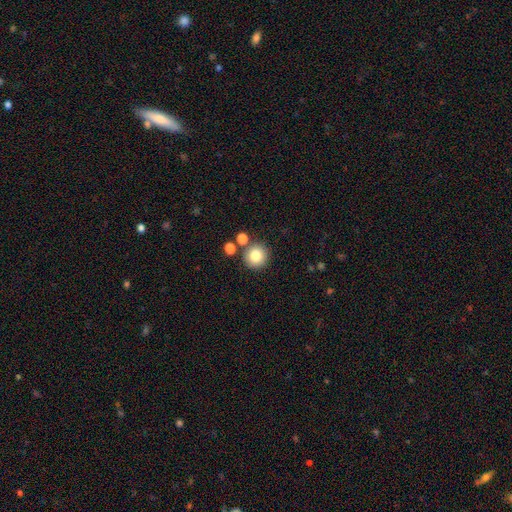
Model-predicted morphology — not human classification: smooth_or_featured: smooth (p=0.81) [alt: star or artifact p=0.11]
how_rounded: round (p=0.94) [alt: in between p=0.05]
merging: none (p=0.80) [alt: merger p=0.10]